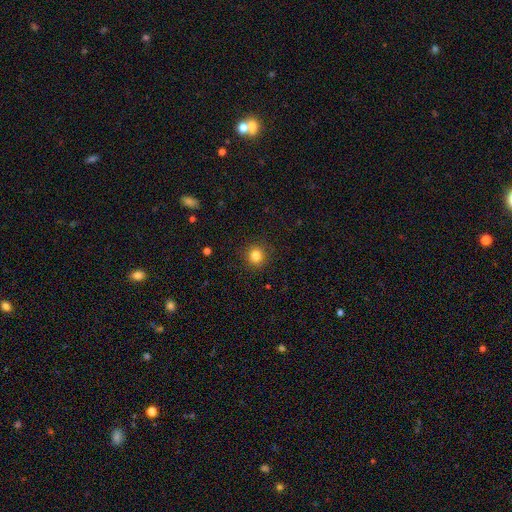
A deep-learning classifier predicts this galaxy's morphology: type=smooth (84%); roundness=round (92%); merging=none (90%).